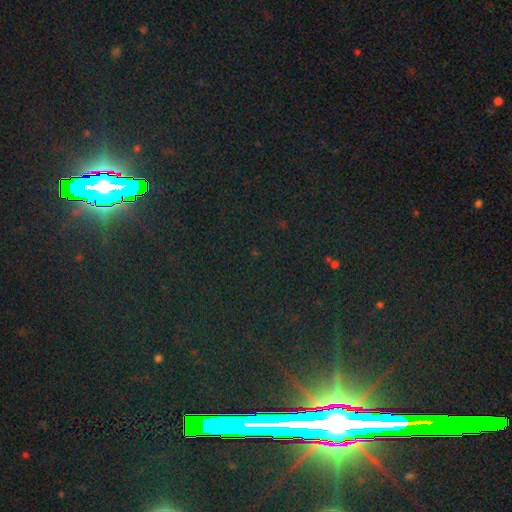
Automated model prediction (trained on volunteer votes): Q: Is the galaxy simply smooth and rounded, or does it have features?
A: star or artifact — 84%.